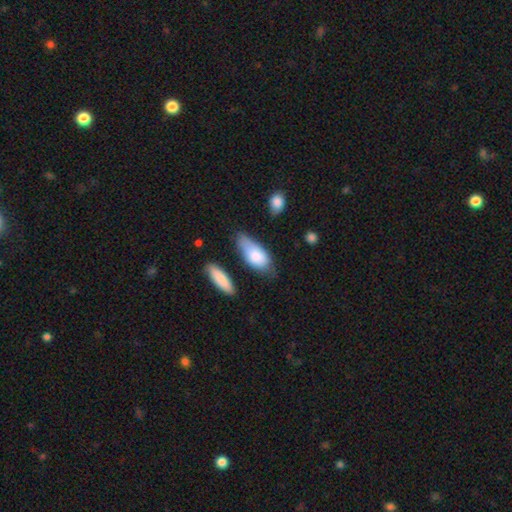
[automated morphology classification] This is likely a smooth galaxy (79%). How rounded: clearly in between (86%). Merging: possibly none (46%).